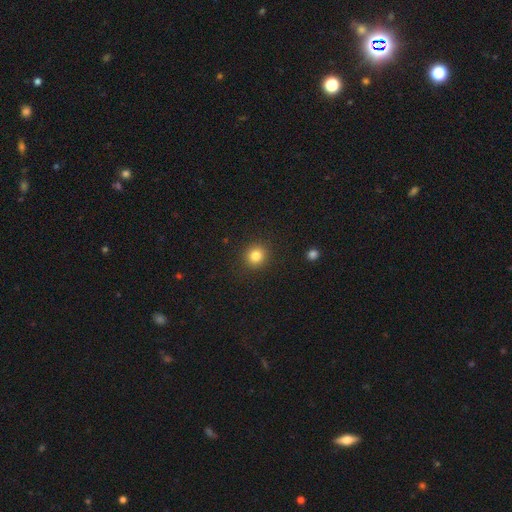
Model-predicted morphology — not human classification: Q: Smooth or featured?
A: smooth (83%); runner-up: star or artifact (12%)
Q: How rounded?
A: round (88%); runner-up: in between (11%)
Q: Merging?
A: none (91%); runner-up: minor disturbance (6%)